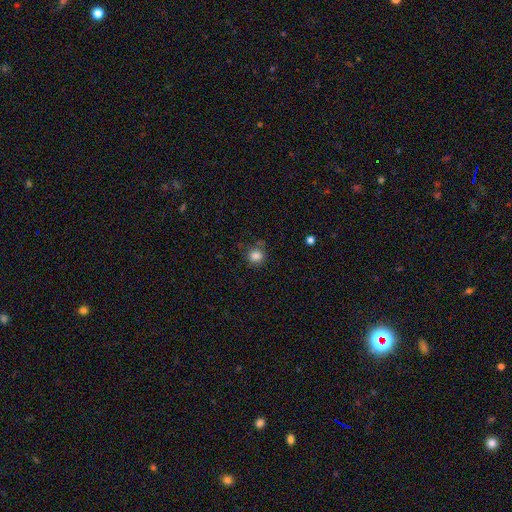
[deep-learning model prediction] Smooth or featured? Predicted: smooth (p=0.84). How rounded? Predicted: round (p=0.85). Merging? Predicted: none (p=0.75).